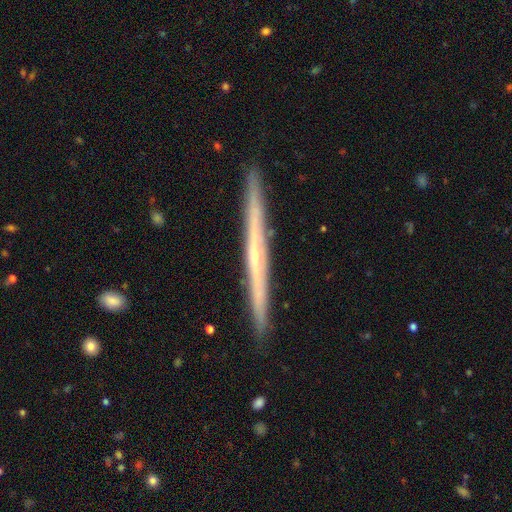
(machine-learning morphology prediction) featured or disk 72%, smooth 22%, star or artifact 6%. Down the decision tree: edge-on disk — yes (98%); edge-on bulge — none (56%); merging — none (92%).